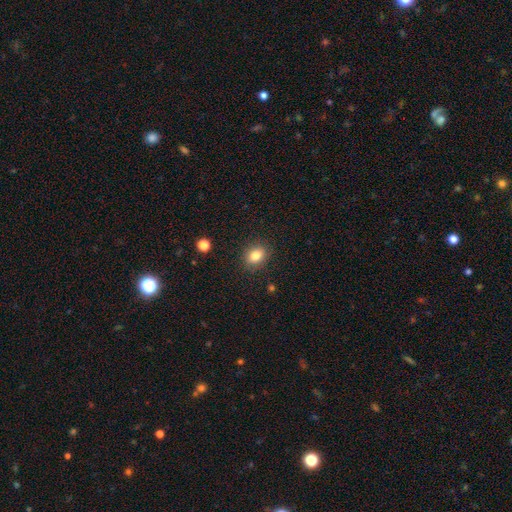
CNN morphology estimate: Overall: smooth (82%). How rounded: in between (50%; round 49%). Merging: none (87%).